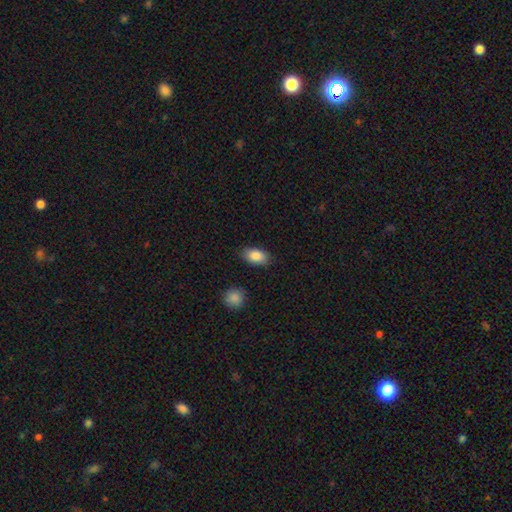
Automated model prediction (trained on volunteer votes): A smooth galaxy with no disk features (87%) that is in between round and cigar-shaped (91%).

Vote fractions:
- Smooth or featured? smooth: 87% / star or artifact: 7% / featured or disk: 6%
- How rounded? in between: 91% / round: 6% / cigar-shaped: 3%
- Merging? none: 84% / minor disturbance: 11% / major disturbance: 3% / merger: 2%